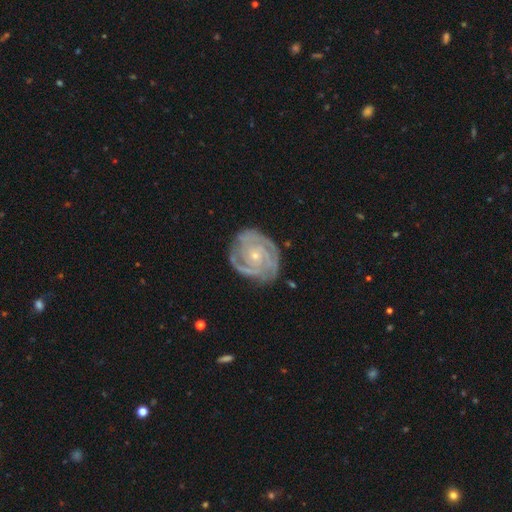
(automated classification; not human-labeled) This appears to be a featured or disk galaxy (89%) with no bar (74%), 3 (34%) tight (73%) spiral arms (97%) and a small central bulge (77%). Merging: none (76%).